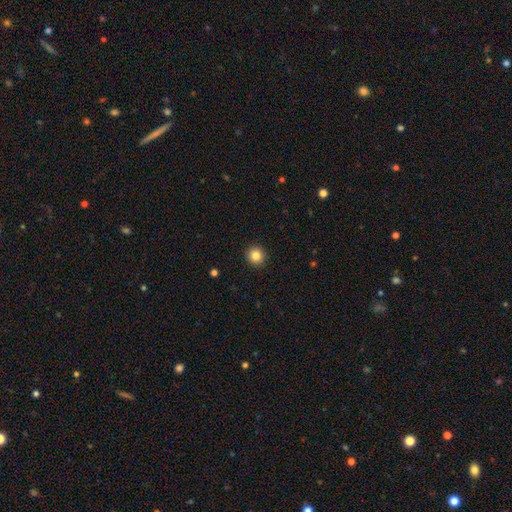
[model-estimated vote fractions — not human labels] Smooth or featured? smooth (84%)
How rounded? round (93%)
Merging? none (92%)